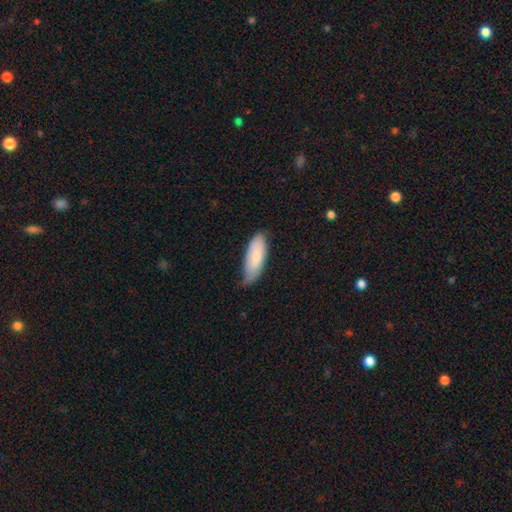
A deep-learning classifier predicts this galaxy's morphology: Smooth or featured? Predicted: smooth (p=0.81). How rounded? Predicted: in between (p=0.72). Merging? Predicted: none (p=0.56).